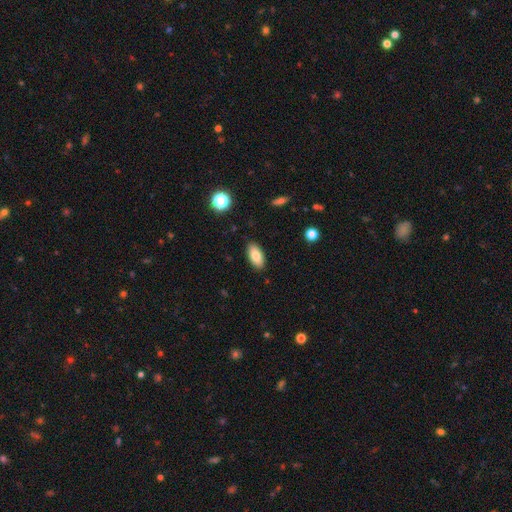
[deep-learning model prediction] Smooth or featured? Predicted: smooth (p=0.81). How rounded? Predicted: in between (p=0.90). Merging? Predicted: none (p=0.88).